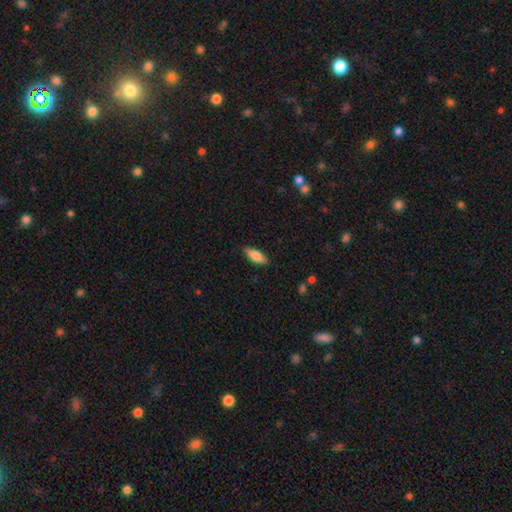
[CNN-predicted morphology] The model was most divided on "how rounded": in between: 75%, cigar-shaped: 22%, round: 2%. More confident: merging — none (86%); smooth or featured — smooth (82%).